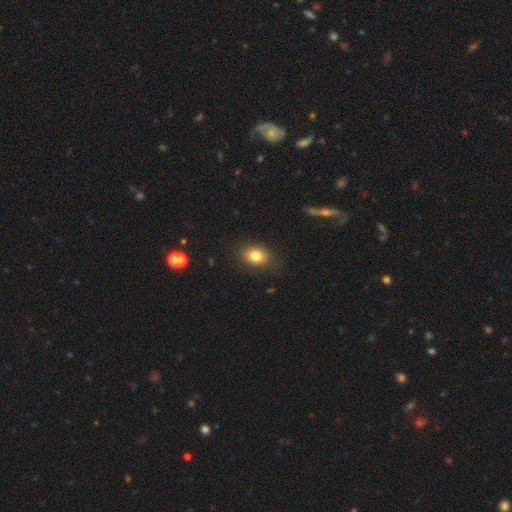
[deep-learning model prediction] smooth-or-featured: smooth: 82% | star or artifact: 10% | featured or disk: 8%
  how-rounded: in between: 61% | round: 38% | cigar-shaped: 1%
  merging: none: 83% | minor disturbance: 12% | major disturbance: 3% | merger: 1%